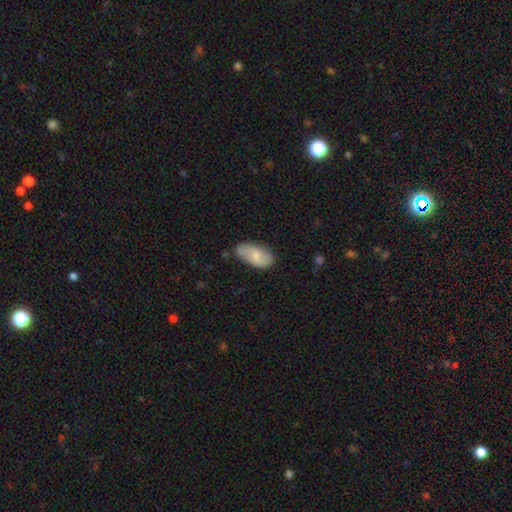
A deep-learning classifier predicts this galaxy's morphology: Q: Smooth or featured?
A: smooth (66%); runner-up: featured or disk (28%)
Q: How rounded?
A: in between (93%); runner-up: cigar-shaped (4%)
Q: Merging?
A: none (67%); runner-up: minor disturbance (25%)